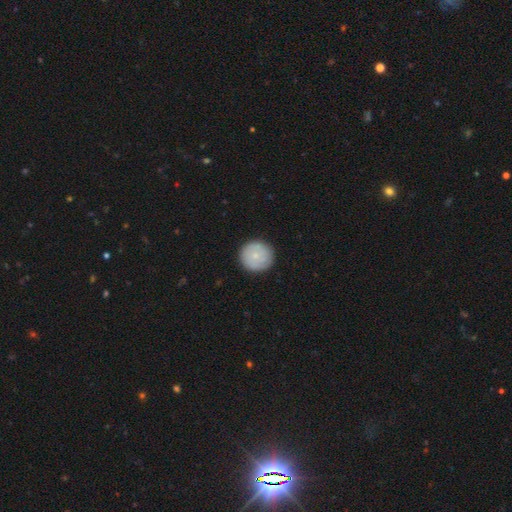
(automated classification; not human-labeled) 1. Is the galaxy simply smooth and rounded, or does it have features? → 75% smooth, 19% featured or disk, 6% star or artifact.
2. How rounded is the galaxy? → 95% round, 4% in between, 1% cigar-shaped.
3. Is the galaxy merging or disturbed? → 90% none, 7% minor disturbance, 2% major disturbance, 1% merger.